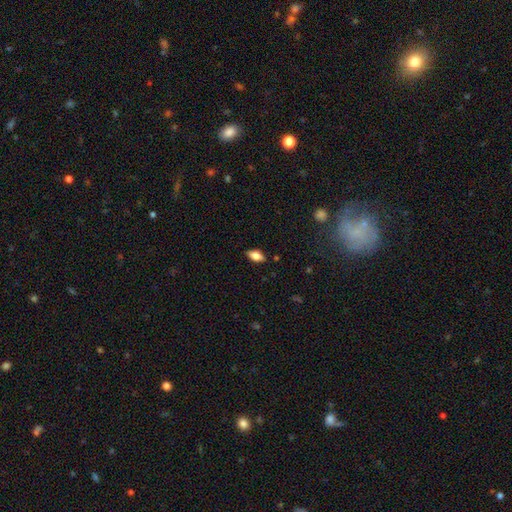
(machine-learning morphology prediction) Overall: smooth (70%). How rounded: in between (86%). Merging: none (86%).